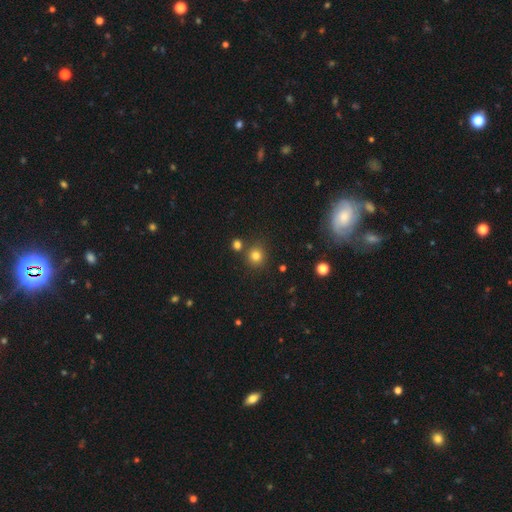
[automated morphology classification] The model was most divided on "smooth or featured": smooth: 79%, star or artifact: 15%, featured or disk: 6%. More confident: how rounded — round (89%); merging — none (79%).